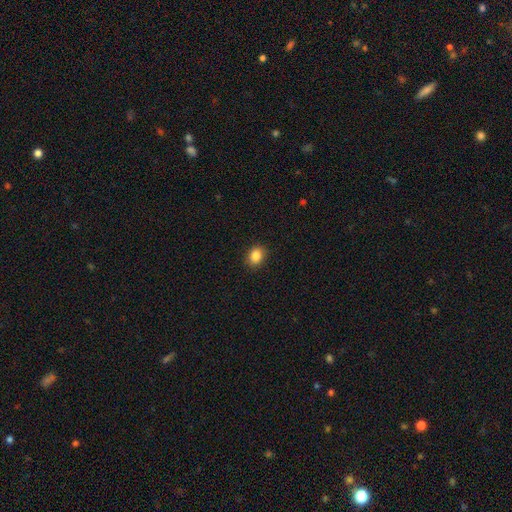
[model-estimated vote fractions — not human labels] This is clearly a smooth galaxy (86%). How rounded: possibly in between (52%). Merging: clearly none (89%).